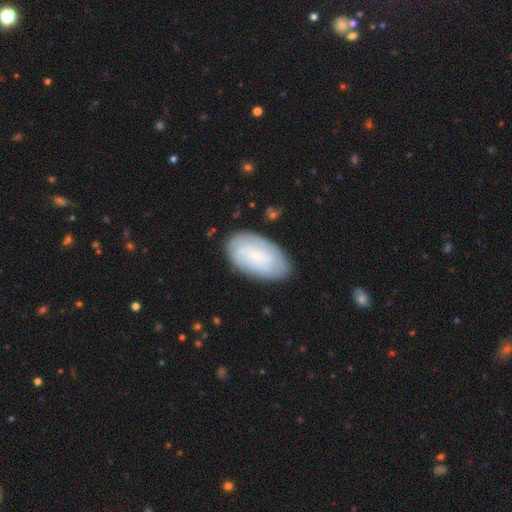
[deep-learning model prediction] Smooth or featured: featured or disk — 49% (smooth — 44%)
Merging: none — 81% (minor disturbance — 14%)